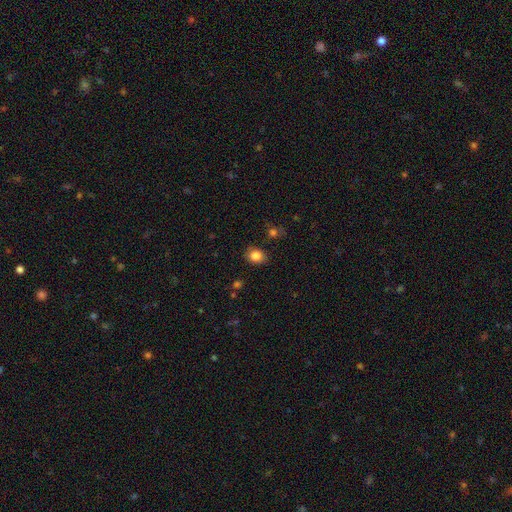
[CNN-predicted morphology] A smooth galaxy with no disk features (84%) that is in between round and cigar-shaped (51%).

Vote fractions:
- Smooth or featured? smooth: 84% / star or artifact: 10% / featured or disk: 6%
- How rounded? in between: 51% / round: 48% / cigar-shaped: 1%
- Merging? none: 83% / minor disturbance: 12% / major disturbance: 3% / merger: 2%